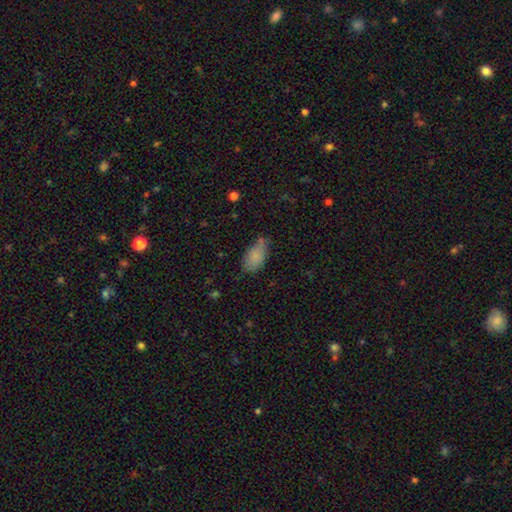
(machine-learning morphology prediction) Smooth or featured?
  - smooth: 83% *
  - featured or disk: 9%
  - star or artifact: 8%
How rounded?
  - in between: 92% *
  - cigar-shaped: 4%
  - round: 4%
Merging?
  - none: 54% *
  - minor disturbance: 33%
  - major disturbance: 8%
  - merger: 5%